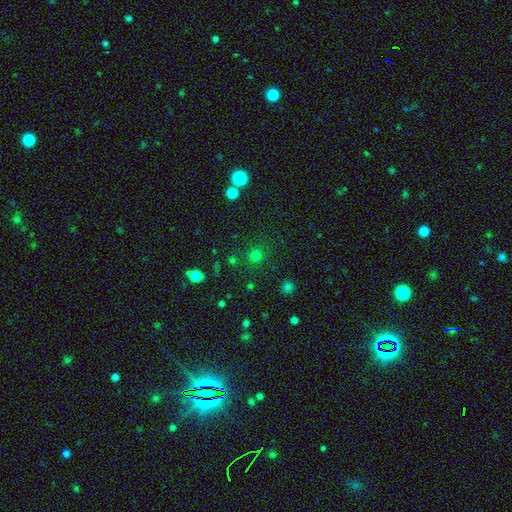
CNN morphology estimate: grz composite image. It shows a smooth galaxy with no disk features (71%) that is round (91%). Merging: none (84%).